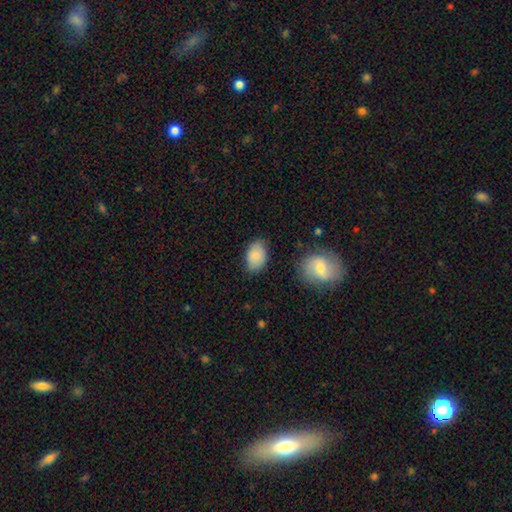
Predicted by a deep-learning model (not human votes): Smooth or featured?
  - smooth: 84% *
  - featured or disk: 9%
  - star or artifact: 7%
How rounded?
  - in between: 87% *
  - round: 12%
  - cigar-shaped: 1%
Merging?
  - none: 75% *
  - minor disturbance: 18%
  - major disturbance: 4%
  - merger: 3%